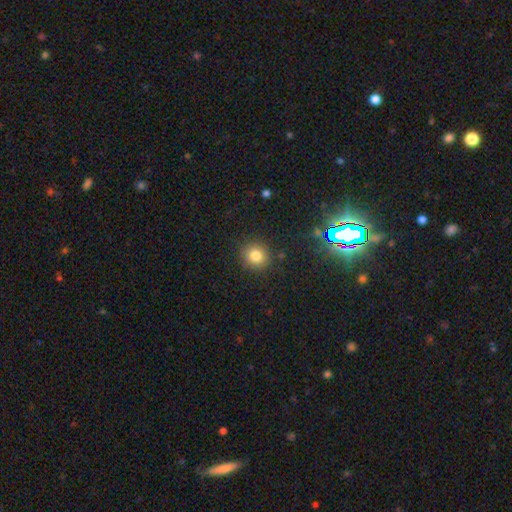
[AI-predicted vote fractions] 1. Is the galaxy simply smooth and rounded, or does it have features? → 79% smooth, 14% star or artifact, 7% featured or disk.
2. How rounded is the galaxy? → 89% round, 10% in between, 1% cigar-shaped.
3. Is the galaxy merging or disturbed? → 88% none, 7% minor disturbance, 3% major disturbance, 2% merger.